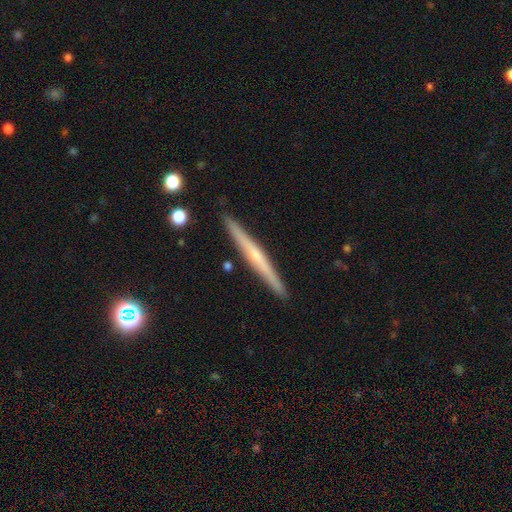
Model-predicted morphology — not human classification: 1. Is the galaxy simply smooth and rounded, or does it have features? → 69% featured or disk, 25% smooth, 6% star or artifact.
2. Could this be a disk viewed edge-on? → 98% yes, 2% no.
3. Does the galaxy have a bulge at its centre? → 56% rounded, 39% none, 5% boxy.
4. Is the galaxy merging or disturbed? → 91% none, 6% minor disturbance, 1% merger, 1% major disturbance.